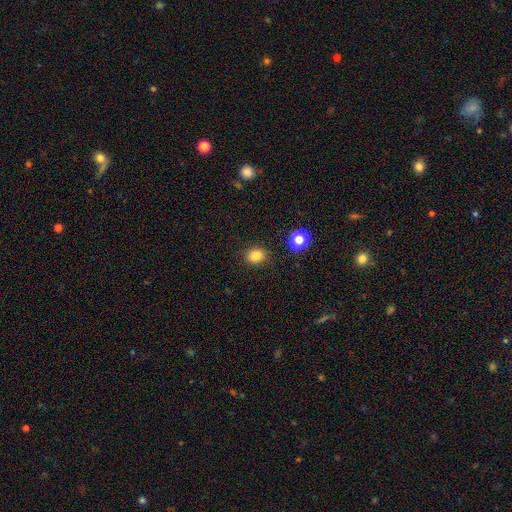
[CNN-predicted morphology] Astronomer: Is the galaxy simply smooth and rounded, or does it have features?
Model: smooth — 82%.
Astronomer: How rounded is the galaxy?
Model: round — 65%.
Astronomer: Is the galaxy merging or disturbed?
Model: none — 88%.